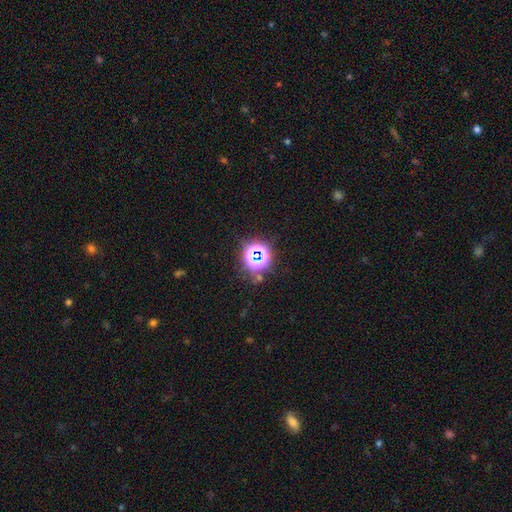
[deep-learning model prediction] Smooth or featured: star or artifact — 76% (smooth — 16%)